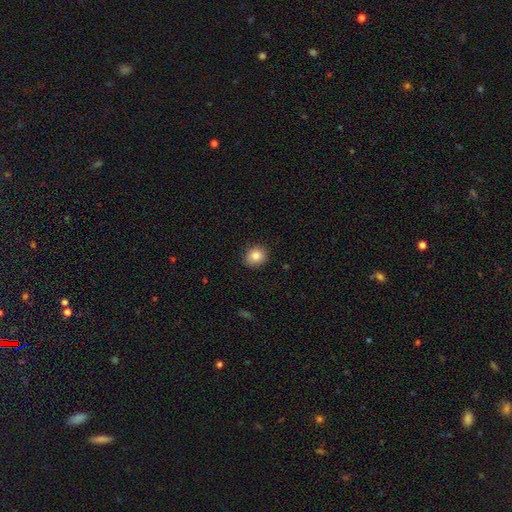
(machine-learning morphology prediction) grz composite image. It shows a smooth galaxy with no disk features (85%) that is round (66%). Merging: none (87%).